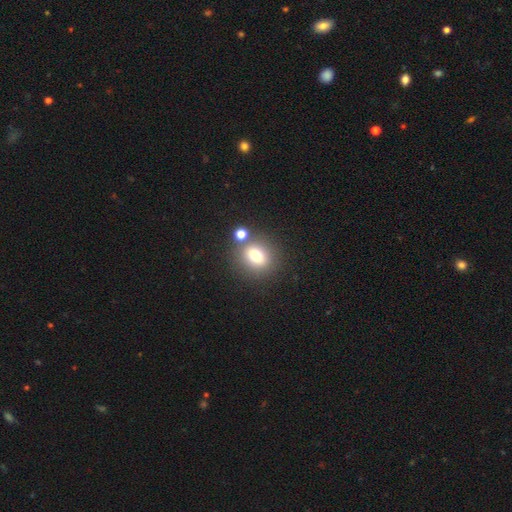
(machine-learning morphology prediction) Smooth or featured?
  - smooth: 75% *
  - star or artifact: 13%
  - featured or disk: 12%
How rounded?
  - round: 60% *
  - in between: 38%
  - cigar-shaped: 1%
Merging?
  - none: 69% *
  - merger: 18%
  - minor disturbance: 10%
  - major disturbance: 4%